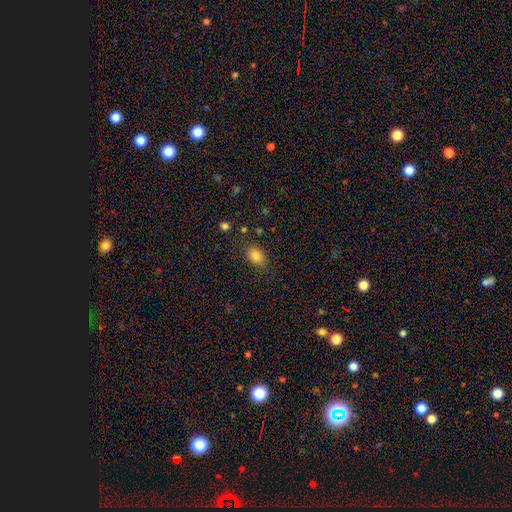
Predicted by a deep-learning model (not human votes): smooth-or-featured: smooth: 84% | star or artifact: 10% | featured or disk: 6%
  how-rounded: in between: 76% | round: 22% | cigar-shaped: 1%
  merging: none: 83% | minor disturbance: 12% | major disturbance: 4% | merger: 2%